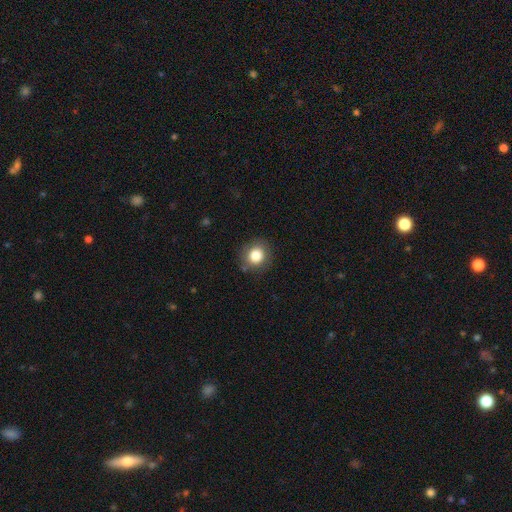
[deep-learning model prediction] This is clearly a smooth galaxy (82%). How rounded: clearly round (84%). Merging: clearly none (84%).